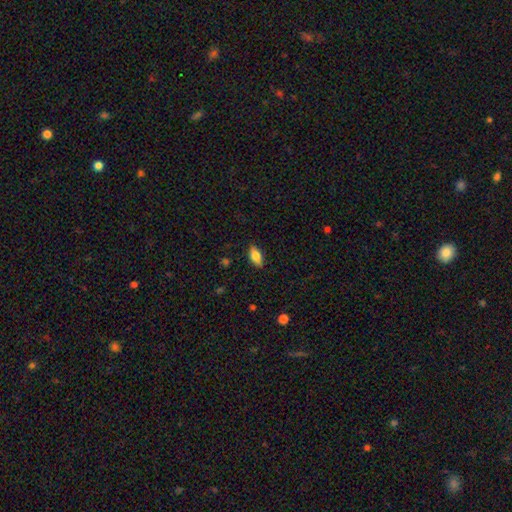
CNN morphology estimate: Smooth or featured?
  - smooth: 71% *
  - featured or disk: 22%
  - star or artifact: 7%
How rounded?
  - in between: 85% *
  - cigar-shaped: 12%
  - round: 3%
Merging?
  - none: 85% *
  - minor disturbance: 12%
  - major disturbance: 2%
  - merger: 1%